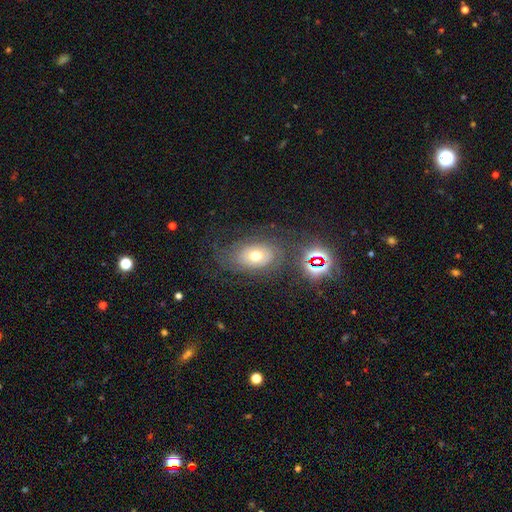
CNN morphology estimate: Overall: featured or disk (51%; smooth 30%). Edge-on disk: no (94%). Merging: none (61%).